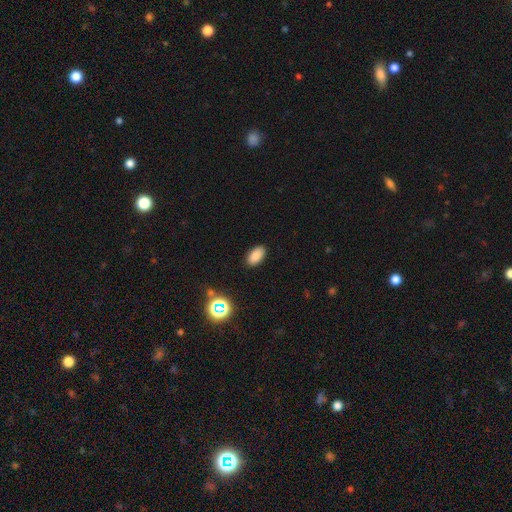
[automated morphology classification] A smooth galaxy with no disk features (84%) that is in between round and cigar-shaped (93%). Merging: none (89%).